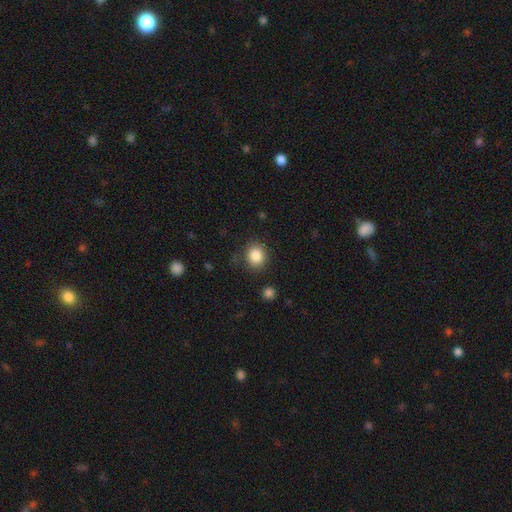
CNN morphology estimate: smooth_or_featured: smooth (p=0.86) [alt: star or artifact p=0.09]
how_rounded: round (p=0.71) [alt: in between p=0.28]
merging: none (p=0.84) [alt: minor disturbance p=0.10]